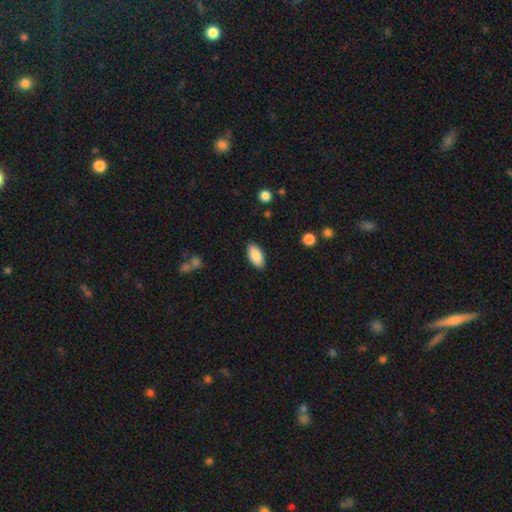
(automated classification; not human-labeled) Smooth or featured? Predicted: smooth (p=0.87). How rounded? Predicted: in between (p=0.93). Merging? Predicted: none (p=0.87).